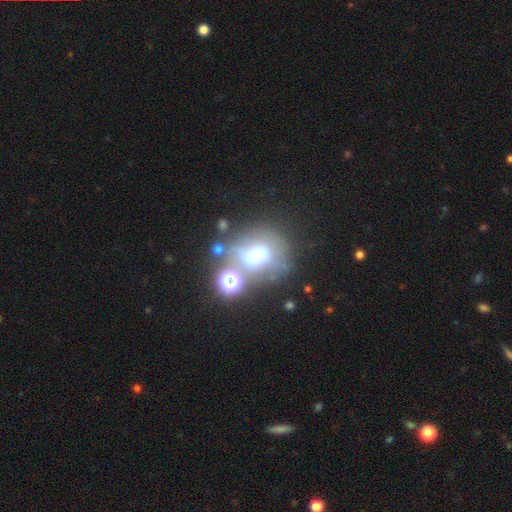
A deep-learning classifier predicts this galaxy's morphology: The model was most divided on "smooth or featured": smooth: 41%, featured or disk: 32%, star or artifact: 26%. Remaining: merging — none (46%).